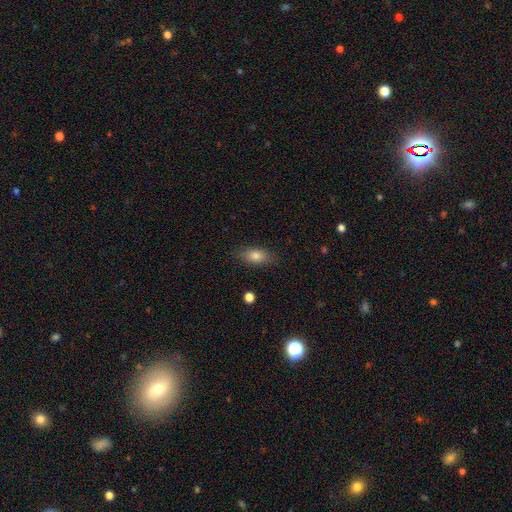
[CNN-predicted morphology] The model was most divided on "smooth or featured": smooth: 79%, featured or disk: 12%, star or artifact: 9%. More confident: merging — none (85%); how rounded — in between (84%).